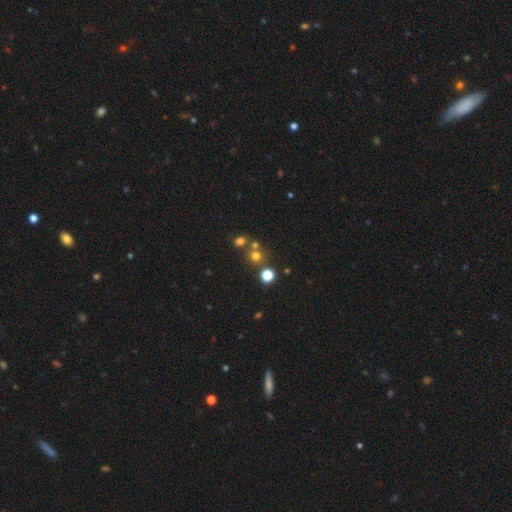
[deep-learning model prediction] A smooth galaxy with no disk features (64%) that is round (85%).

Vote fractions:
- Smooth or featured? smooth: 64% / star or artifact: 25% / featured or disk: 11%
- How rounded? round: 85% / in between: 14% / cigar-shaped: 1%
- Merging? none: 60% / merger: 29% / minor disturbance: 8% / major disturbance: 4%